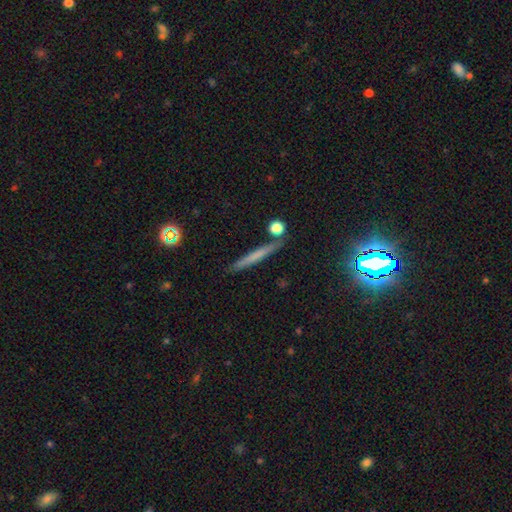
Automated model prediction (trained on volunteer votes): smooth-or-featured: smooth: 56% | featured or disk: 34% | star or artifact: 10%
  how-rounded: cigar-shaped: 94% | in between: 3% | round: 3%
  merging: none: 86% | minor disturbance: 9% | merger: 4% | major disturbance: 2%